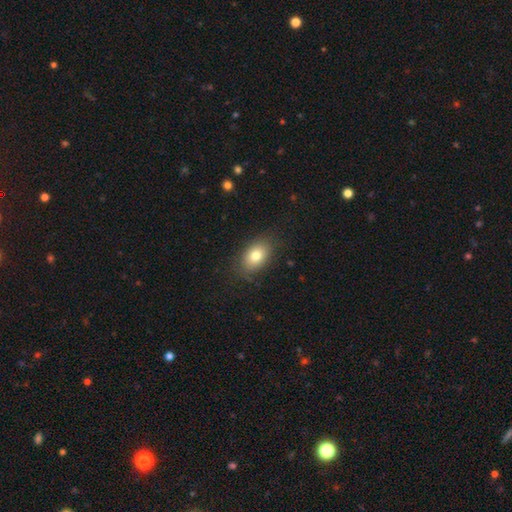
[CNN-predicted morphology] A smooth galaxy with no disk features (78%) that is in between round and cigar-shaped (83%).

Vote fractions:
- Smooth or featured? smooth: 78% / featured or disk: 13% / star or artifact: 9%
- How rounded? in between: 83% / round: 16% / cigar-shaped: 2%
- Merging? none: 81% / minor disturbance: 13% / major disturbance: 4% / merger: 1%